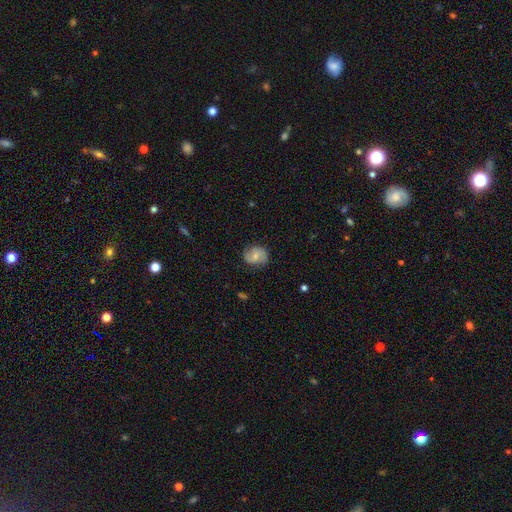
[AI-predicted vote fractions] Smooth or featured? Predicted: featured or disk (p=0.52). Edge-on disk? Predicted: no (p=0.97). Bar? Predicted: no (p=0.60). Spiral arms? Predicted: yes (p=0.88). Bulge size? Predicted: small (p=0.49). Merging? Predicted: none (p=0.77).